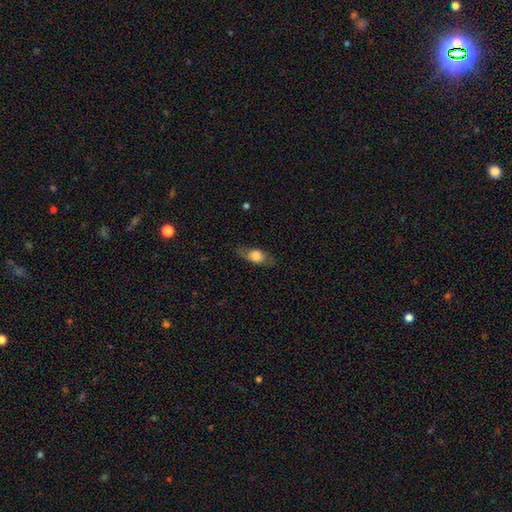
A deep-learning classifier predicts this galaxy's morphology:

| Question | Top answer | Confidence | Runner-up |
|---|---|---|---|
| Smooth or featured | smooth | 66% | featured or disk (27%) |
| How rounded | in between | 70% | cigar-shaped (20%) |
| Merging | none | 76% | minor disturbance (17%) |